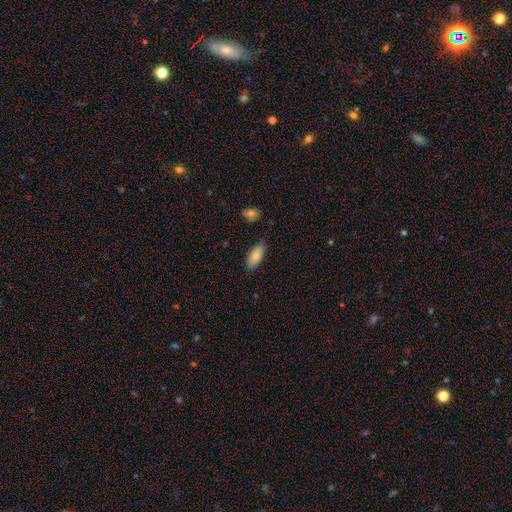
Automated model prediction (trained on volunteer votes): The model was most divided on "merging": none: 79%, minor disturbance: 16%, major disturbance: 3%, merger: 2%. More confident: how rounded — in between (88%); smooth or featured — smooth (83%).